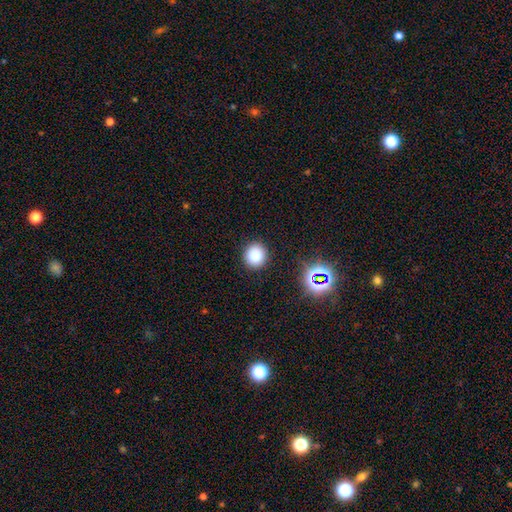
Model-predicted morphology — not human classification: Smooth or featured? smooth (79%)
How rounded? round (91%)
Merging? none (90%)